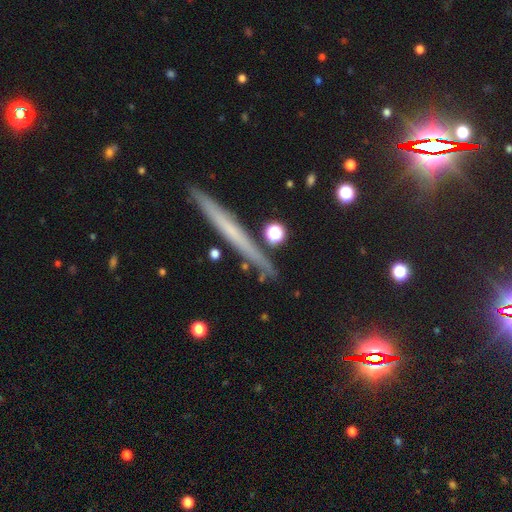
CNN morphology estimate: This appears to be a featured or disk galaxy (51%) viewed edge-on (95%). Merging: none (87%).